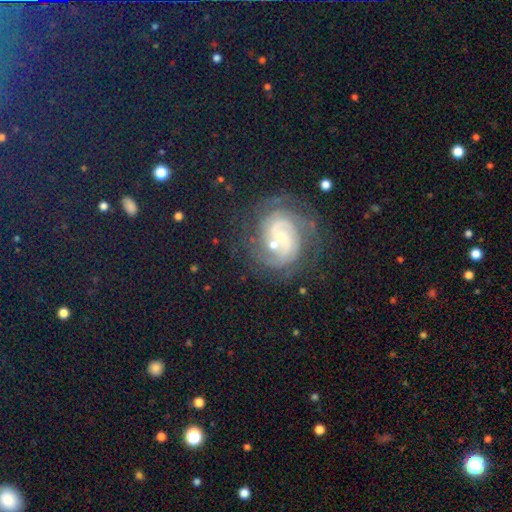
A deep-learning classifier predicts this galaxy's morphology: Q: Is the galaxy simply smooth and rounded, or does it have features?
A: featured or disk — 43%.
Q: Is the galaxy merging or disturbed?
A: none — 75%.